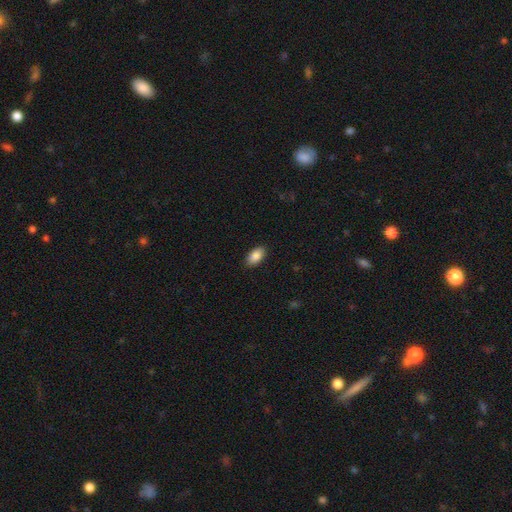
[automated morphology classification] Smooth or featured?
  - smooth: 88% *
  - star or artifact: 7%
  - featured or disk: 5%
How rounded?
  - in between: 93% *
  - round: 3%
  - cigar-shaped: 3%
Merging?
  - none: 88% *
  - minor disturbance: 9%
  - major disturbance: 2%
  - merger: 1%